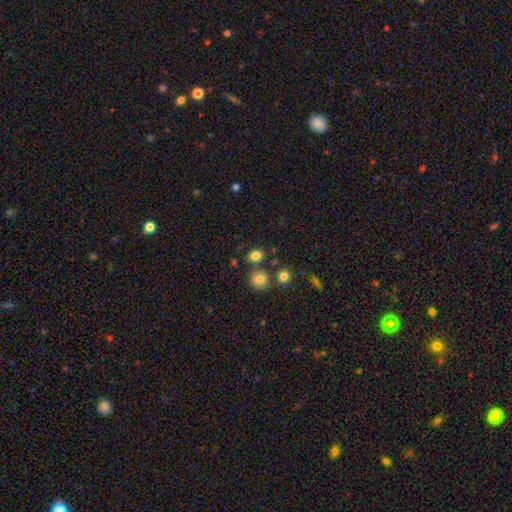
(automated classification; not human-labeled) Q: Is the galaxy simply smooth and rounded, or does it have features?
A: smooth — 80%.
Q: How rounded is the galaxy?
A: round — 66%.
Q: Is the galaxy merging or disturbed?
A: none — 73%.